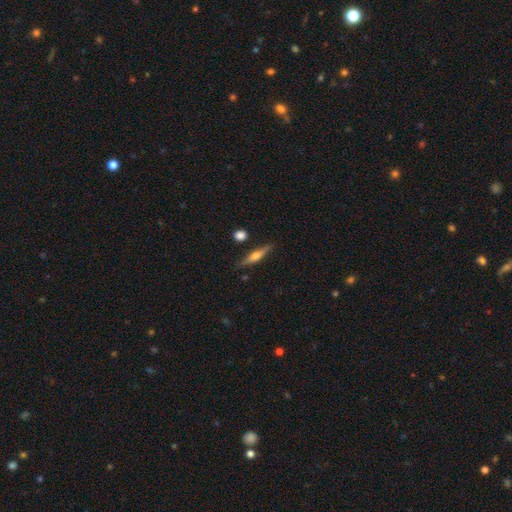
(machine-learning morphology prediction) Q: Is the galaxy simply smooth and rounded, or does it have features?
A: featured or disk — 57%.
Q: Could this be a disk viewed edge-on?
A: yes — 96%.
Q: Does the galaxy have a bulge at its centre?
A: rounded — 86%.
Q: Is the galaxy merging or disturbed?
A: none — 85%.